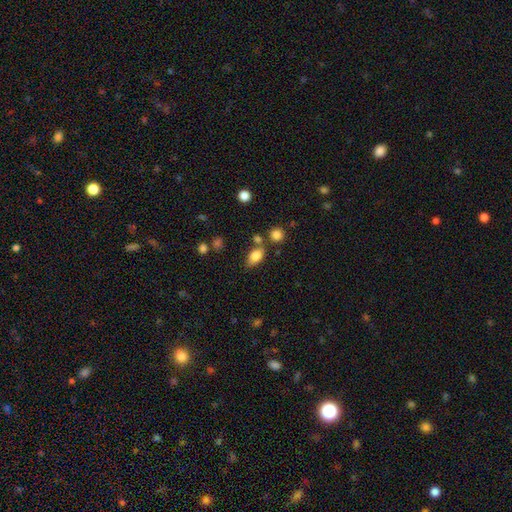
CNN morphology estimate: smooth_or_featured: smooth (p=0.83) [alt: star or artifact p=0.09]
how_rounded: in between (p=0.85) [alt: round p=0.12]
merging: none (p=0.63) [alt: minor disturbance p=0.17]